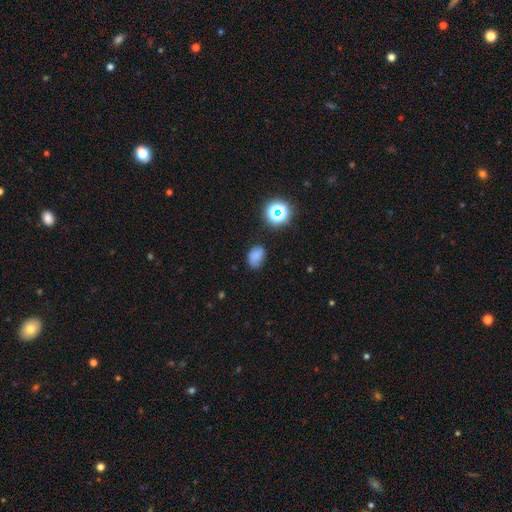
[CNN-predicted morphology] The model was most divided on "merging": none: 69%, minor disturbance: 22%, major disturbance: 6%, merger: 3%. More confident: smooth or featured — smooth (75%); how rounded — in between (74%).